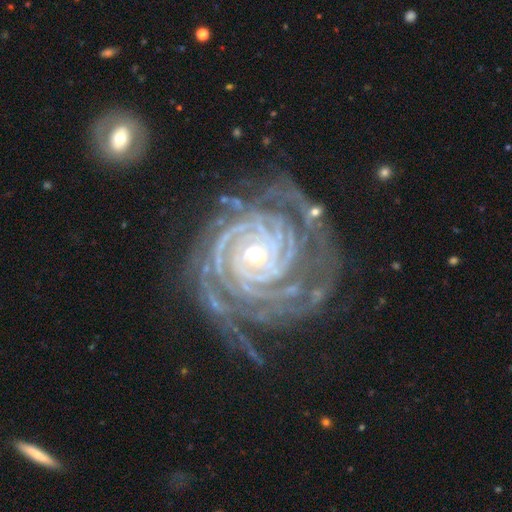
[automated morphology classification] Smooth or featured? featured or disk (93%)
Edge-on disk? no (97%)
Bar? no (70%)
Spiral arms? yes (99%)
Spiral winding? tight (87%)
Spiral arm count? 4 (25%)
Bulge size? small (54%)
Merging? none (67%)